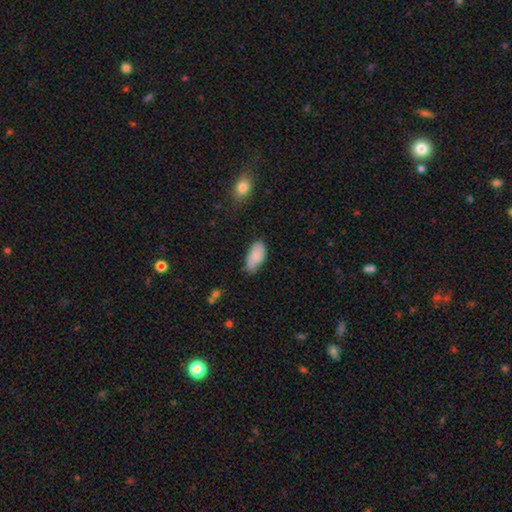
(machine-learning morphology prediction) This is clearly a smooth galaxy (85%). How rounded: clearly in between (93%). Merging: likely none (60%).